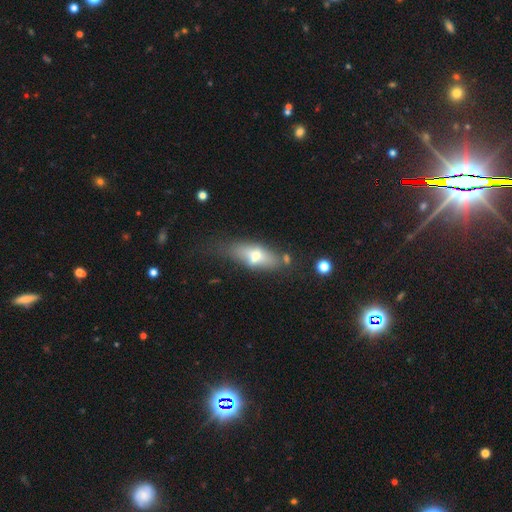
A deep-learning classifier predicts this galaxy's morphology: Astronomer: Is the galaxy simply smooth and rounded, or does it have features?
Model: smooth — 57% (runner-up: featured or disk, 35%).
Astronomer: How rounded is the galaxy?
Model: in between — 73%.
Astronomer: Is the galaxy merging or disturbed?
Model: none — 47% (runner-up: minor disturbance, 24%).